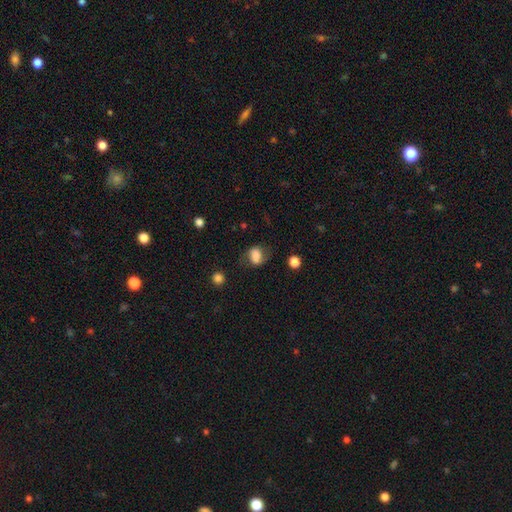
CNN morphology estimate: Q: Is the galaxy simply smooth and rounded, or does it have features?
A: smooth — 71%.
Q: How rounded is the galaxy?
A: in between — 66%.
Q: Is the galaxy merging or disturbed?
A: none — 62%.